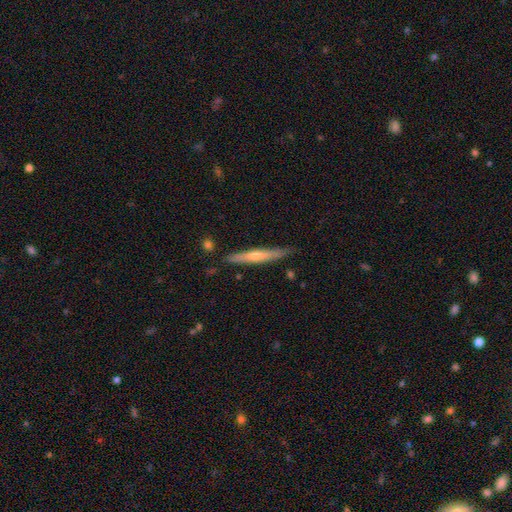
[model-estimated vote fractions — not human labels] smooth-or-featured: featured or disk: 54% | smooth: 40% | star or artifact: 6%
  disk-edge-on: yes: 95% | no: 5%
    edge-on-bulge: rounded: 69% | none: 26% | boxy: 5%
  merging: none: 85% | minor disturbance: 11% | merger: 2% | major disturbance: 2%